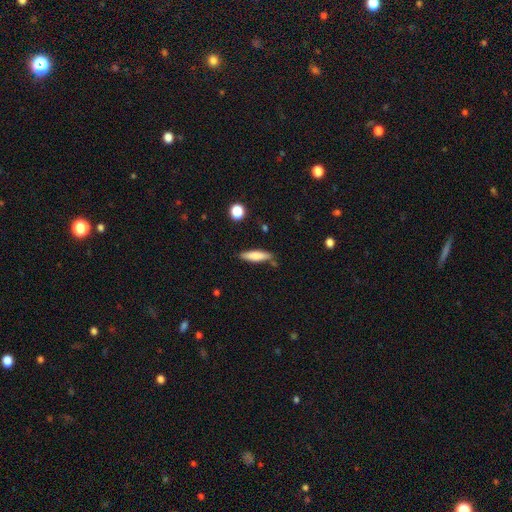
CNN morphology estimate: Q: Smooth or featured?
A: smooth (77%); runner-up: featured or disk (17%)
Q: How rounded?
A: cigar-shaped (70%); runner-up: in between (29%)
Q: Merging?
A: none (78%); runner-up: minor disturbance (15%)